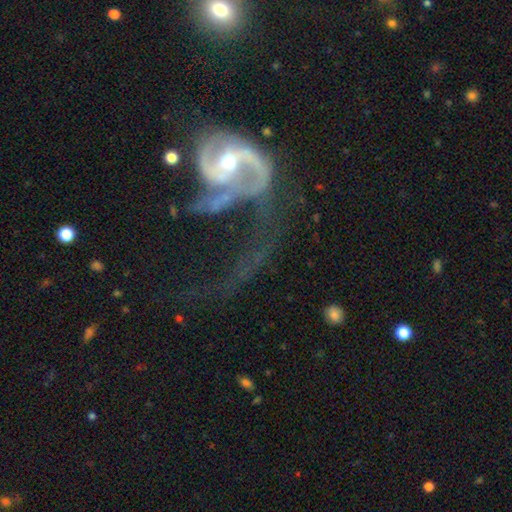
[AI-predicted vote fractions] This is clearly a featured or disk galaxy (84%). It is clearly not viewed edge-on (96%). Bar: possibly no (46%). Spiral arm pattern: clearly yes (89%). Spiral arm count: possibly 2 (59%). Spiral winding: marginally medium (39%). Central bulge: possibly moderate (55%). Merging: possibly major disturbance (50%).